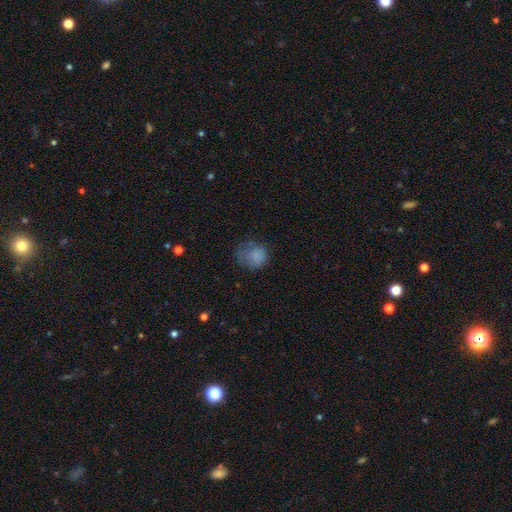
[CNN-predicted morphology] Smooth or featured? Predicted: smooth (p=0.77). How rounded? Predicted: round (p=0.68). Merging? Predicted: none (p=0.45).